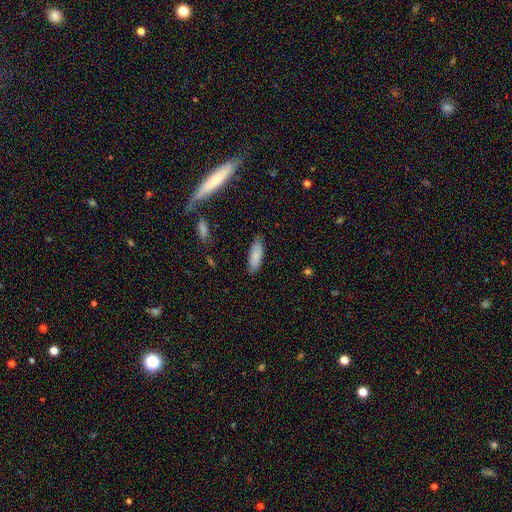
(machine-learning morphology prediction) smooth_or_featured: smooth (p=0.86) [alt: featured or disk p=0.08]
how_rounded: in between (p=0.62) [alt: cigar-shaped p=0.36]
merging: none (p=0.84) [alt: minor disturbance p=0.12]